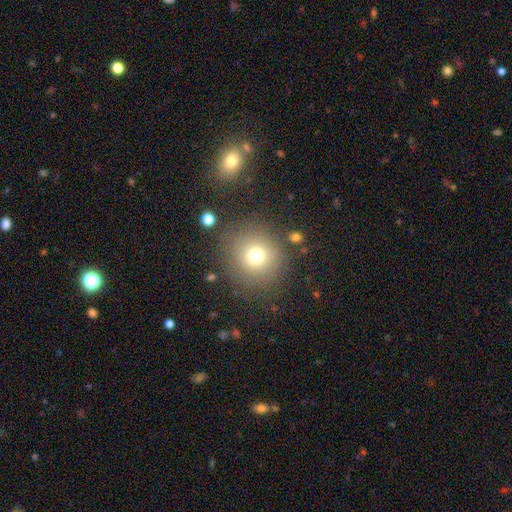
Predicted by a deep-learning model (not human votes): smooth_or_featured: smooth (p=0.73) [alt: star or artifact p=0.16]
how_rounded: round (p=0.91) [alt: in between p=0.08]
merging: none (p=0.82) [alt: minor disturbance p=0.09]